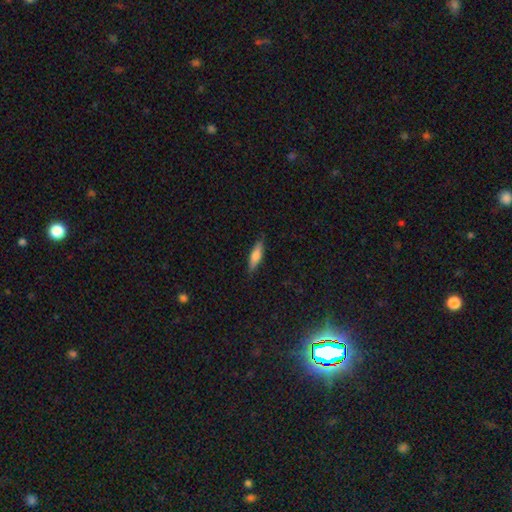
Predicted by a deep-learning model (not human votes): Q: Smooth or featured?
A: smooth (68%); runner-up: featured or disk (26%)
Q: How rounded?
A: cigar-shaped (62%); runner-up: in between (36%)
Q: Merging?
A: none (85%); runner-up: minor disturbance (12%)